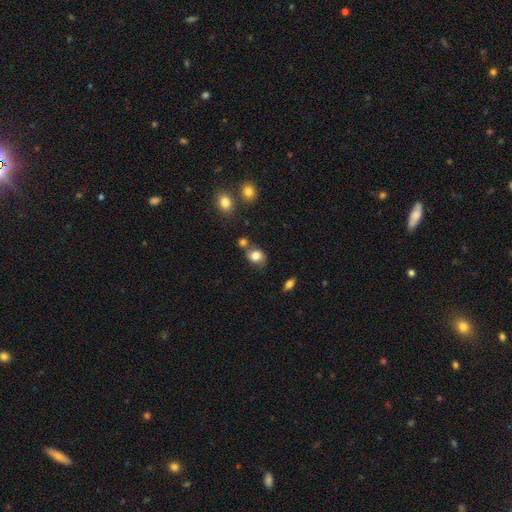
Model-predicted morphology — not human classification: The model was most divided on "how rounded": round: 52%, in between: 46%, cigar-shaped: 1%. More confident: smooth or featured — smooth (80%); merging — none (57%).